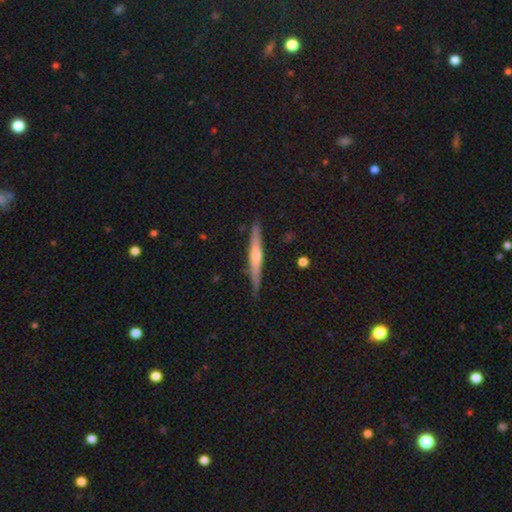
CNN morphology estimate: The model was most divided on "smooth or featured": featured or disk: 76%, smooth: 17%, star or artifact: 7%. More confident: edge-on disk — yes (98%); merging — none (90%); edge-on bulge — rounded (80%).